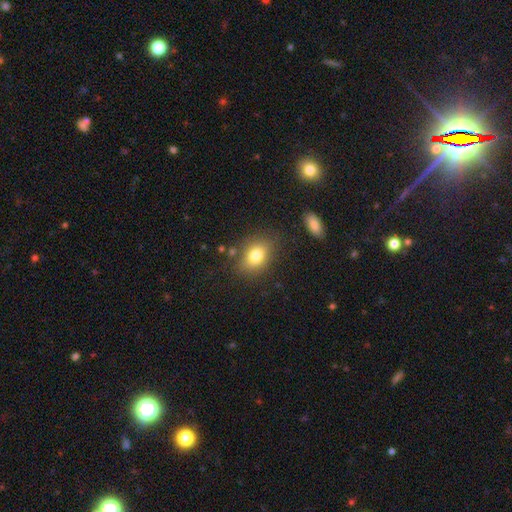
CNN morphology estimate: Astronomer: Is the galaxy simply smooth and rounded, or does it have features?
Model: smooth — 79%.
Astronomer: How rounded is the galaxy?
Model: in between — 70%.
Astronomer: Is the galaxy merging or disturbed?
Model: none — 78%.